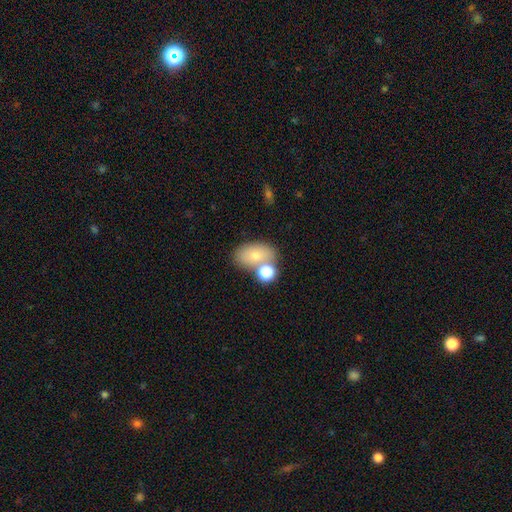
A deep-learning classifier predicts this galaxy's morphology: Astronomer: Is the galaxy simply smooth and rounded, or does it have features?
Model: smooth — 73%.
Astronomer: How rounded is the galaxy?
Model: in between — 83%.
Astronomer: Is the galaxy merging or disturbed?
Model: none — 54%.